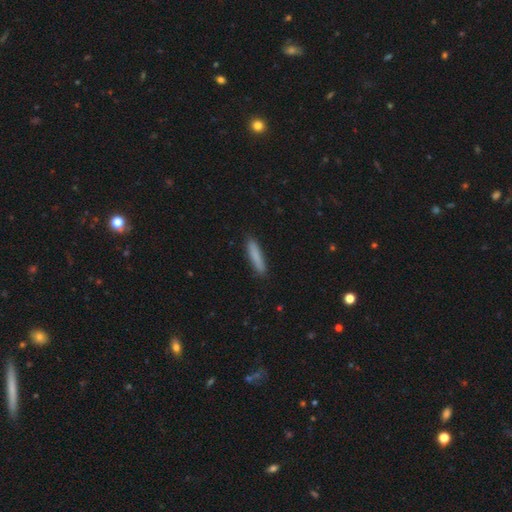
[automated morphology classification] This is clearly a smooth galaxy (84%). How rounded: clearly cigar-shaped (88%). Merging: clearly none (89%).